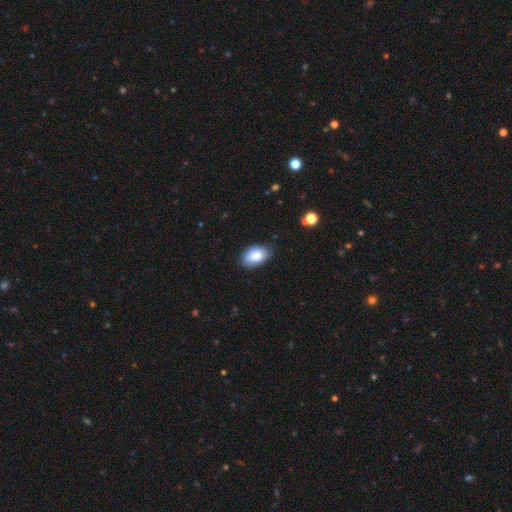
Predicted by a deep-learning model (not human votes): Smooth or featured?
  - smooth: 84% *
  - featured or disk: 9%
  - star or artifact: 7%
How rounded?
  - in between: 92% *
  - round: 7%
  - cigar-shaped: 1%
Merging?
  - none: 76% *
  - minor disturbance: 19%
  - major disturbance: 3%
  - merger: 1%